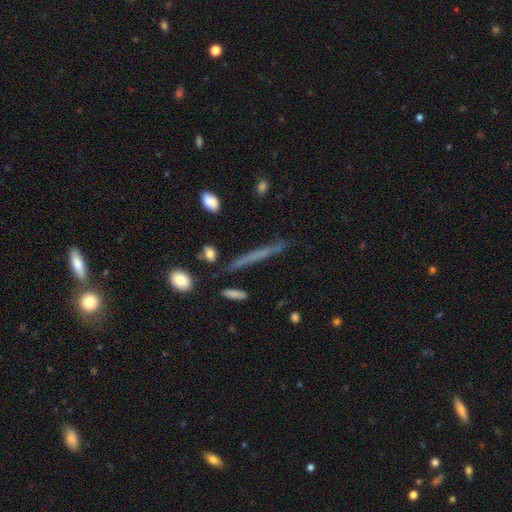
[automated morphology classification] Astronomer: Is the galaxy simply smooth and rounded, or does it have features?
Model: featured or disk — 48% (runner-up: smooth, 41%).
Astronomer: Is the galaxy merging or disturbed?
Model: none — 85%.